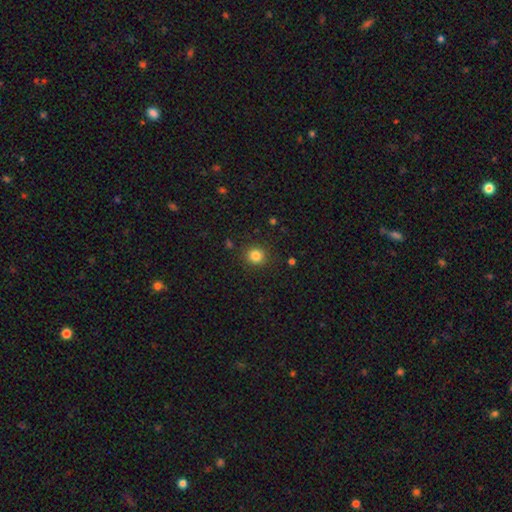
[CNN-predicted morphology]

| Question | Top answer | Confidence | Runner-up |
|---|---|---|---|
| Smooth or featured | smooth | 83% | star or artifact (12%) |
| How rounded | round | 91% | in between (8%) |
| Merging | none | 89% | minor disturbance (7%) |